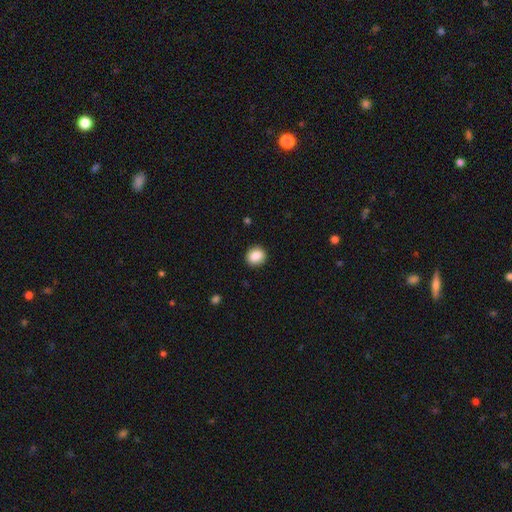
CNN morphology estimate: Smooth or featured? smooth (86%)
How rounded? round (78%)
Merging? none (91%)